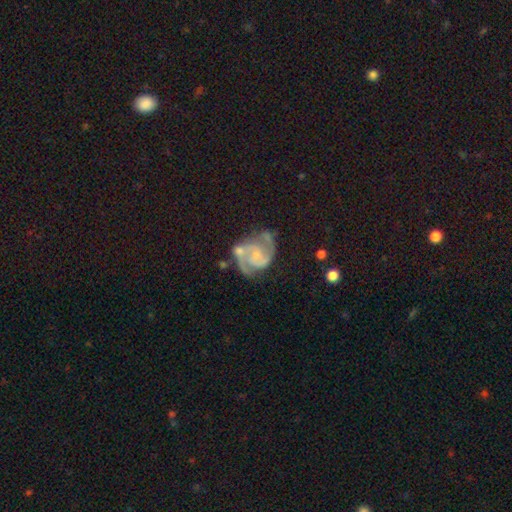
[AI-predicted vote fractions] This appears to be a featured or disk galaxy (89%) with no bar (57%), 2 (86%) medium (56%) spiral arms (97%) and a small central bulge (60%). Merging: none (56%).